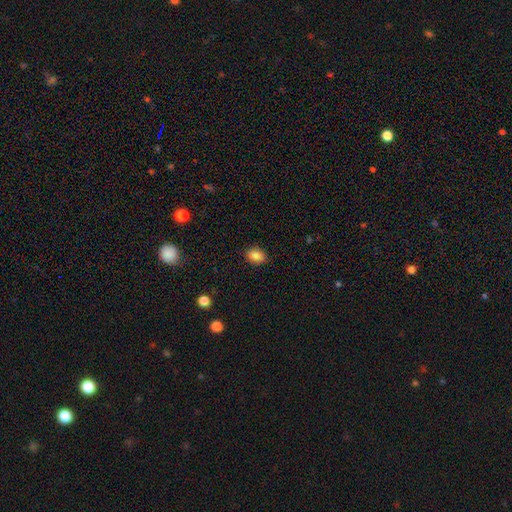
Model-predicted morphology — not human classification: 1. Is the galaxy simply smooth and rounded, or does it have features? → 86% smooth, 10% star or artifact, 4% featured or disk.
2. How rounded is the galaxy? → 78% in between, 21% round, 1% cigar-shaped.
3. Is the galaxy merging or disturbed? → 86% none, 11% minor disturbance, 2% major disturbance, 1% merger.